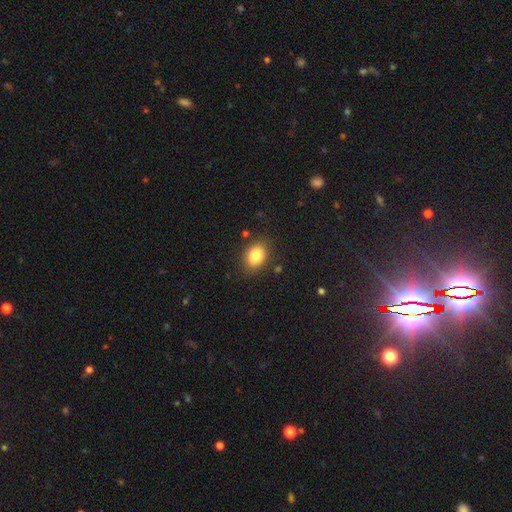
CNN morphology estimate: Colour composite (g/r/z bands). It shows a smooth galaxy with no disk features (83%) that is in between round and cigar-shaped (65%). Merging: none (83%).